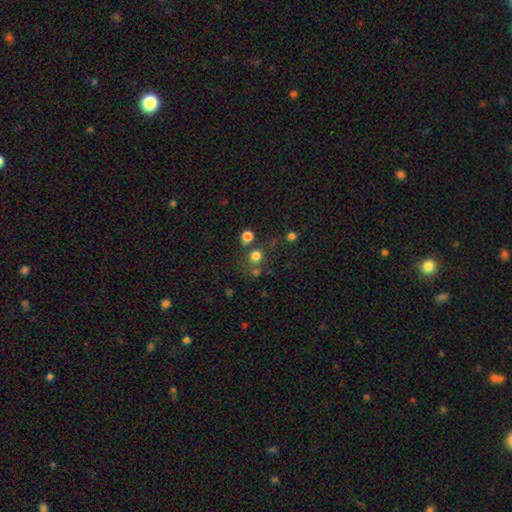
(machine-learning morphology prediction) smooth-or-featured: smooth: 74% | star or artifact: 19% | featured or disk: 7%
  how-rounded: round: 87% | in between: 12% | cigar-shaped: 1%
  merging: none: 66% | merger: 19% | minor disturbance: 9% | major disturbance: 5%